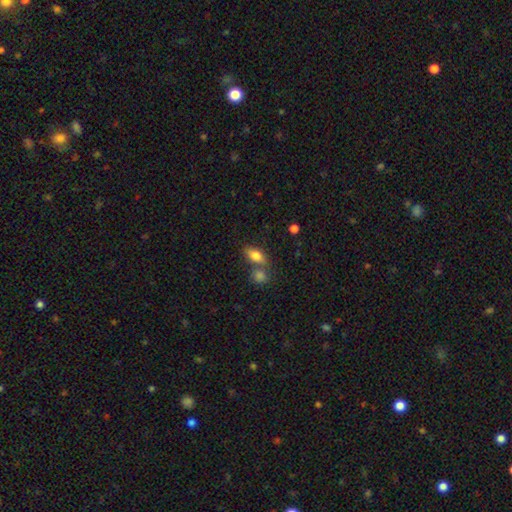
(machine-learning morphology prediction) A smooth galaxy with no disk features (78%) that is in between round and cigar-shaped (83%).

Vote fractions:
- Smooth or featured? smooth: 78% / featured or disk: 13% / star or artifact: 8%
- How rounded? in between: 83% / cigar-shaped: 9% / round: 9%
- Merging? none: 55% / merger: 28% / minor disturbance: 12% / major disturbance: 4%